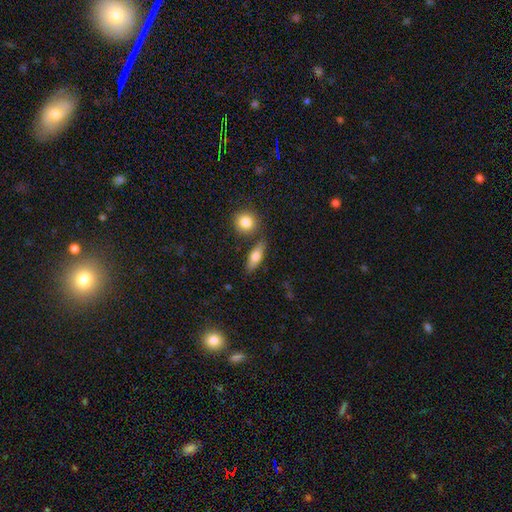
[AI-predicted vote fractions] Smooth or featured: smooth — 69% (featured or disk — 24%)
How rounded: in between — 60% (cigar-shaped — 33%)
Merging: none — 75% (minor disturbance — 11%)